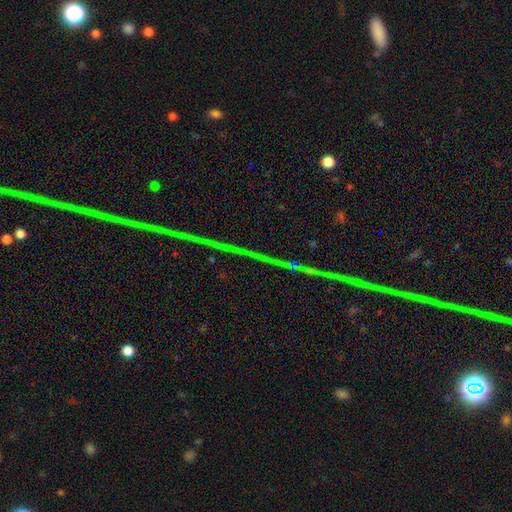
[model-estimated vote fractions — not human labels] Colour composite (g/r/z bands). It shows a star or artifact, not a galaxy (80%).